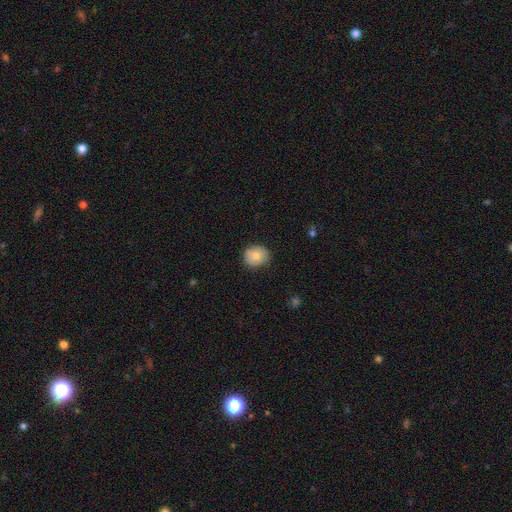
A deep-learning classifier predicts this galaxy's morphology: smooth 76%, featured or disk 16%, star or artifact 8%. Down the decision tree: how rounded — round (74%); merging — none (83%).